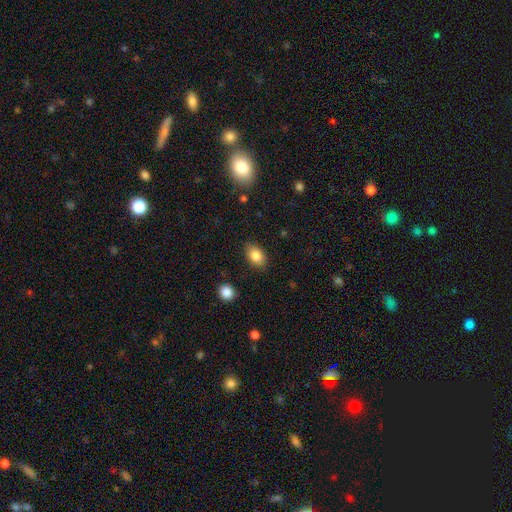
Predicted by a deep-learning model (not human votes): This appears to be a smooth galaxy with no disk features (84%) that is in between round and cigar-shaped (85%). Merging: none (86%).